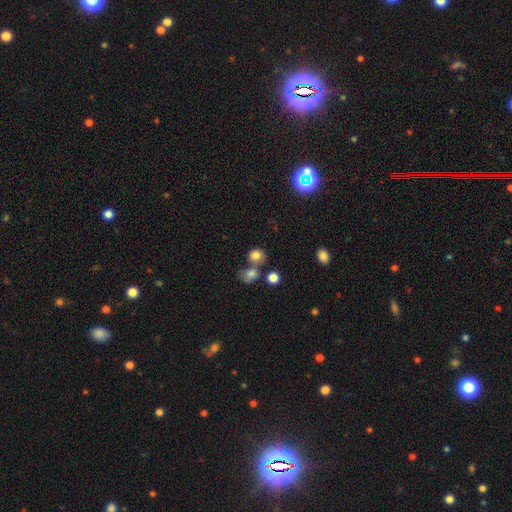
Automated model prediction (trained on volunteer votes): A smooth galaxy with no disk features (80%) that is round (75%).

Vote fractions:
- Smooth or featured? smooth: 80% / star or artifact: 12% / featured or disk: 8%
- How rounded? round: 75% / in between: 24% / cigar-shaped: 1%
- Merging? none: 55% / merger: 30% / minor disturbance: 11% / major disturbance: 4%